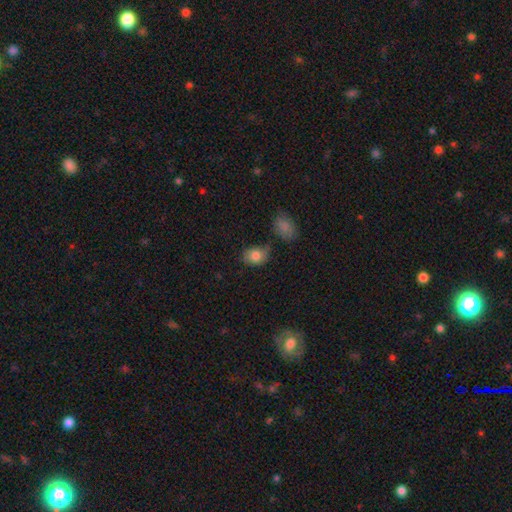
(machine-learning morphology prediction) smooth 82%, featured or disk 10%, star or artifact 9%. Down the decision tree: how rounded — in between (66%); merging — none (64%).